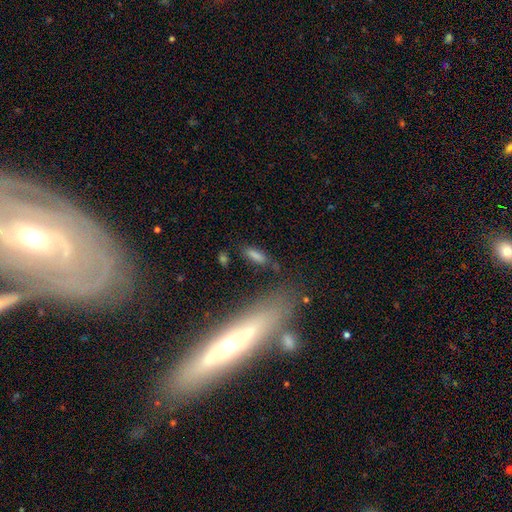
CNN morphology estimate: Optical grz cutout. It shows a smooth galaxy with no disk features (81%) that is in between round and cigar-shaped (54%). Merging: none (73%).